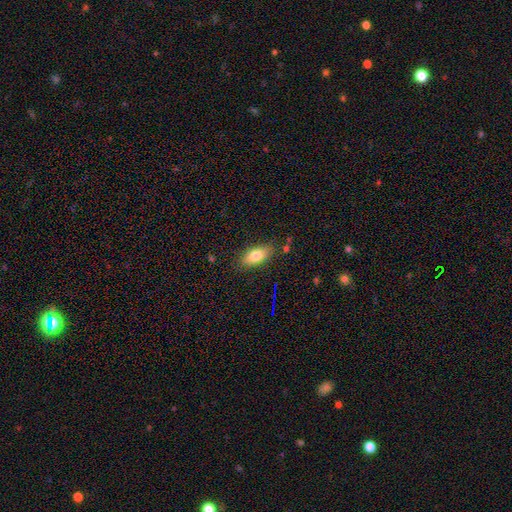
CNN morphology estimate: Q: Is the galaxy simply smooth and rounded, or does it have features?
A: smooth — 79%.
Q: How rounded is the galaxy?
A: in between — 85%.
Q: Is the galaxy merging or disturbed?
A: none — 81%.